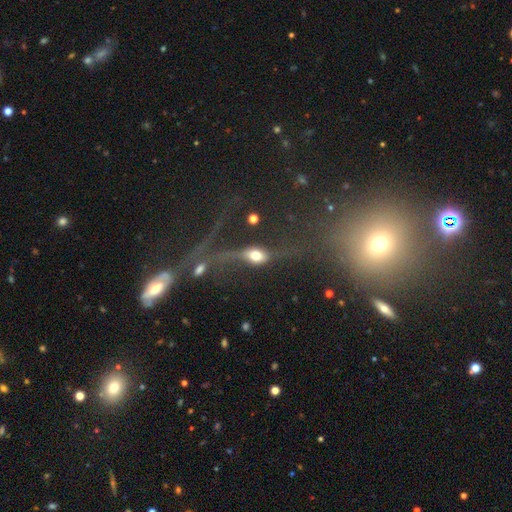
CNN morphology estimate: Smooth or featured? Predicted: smooth (p=0.45). Merging? Predicted: major disturbance (p=0.35).